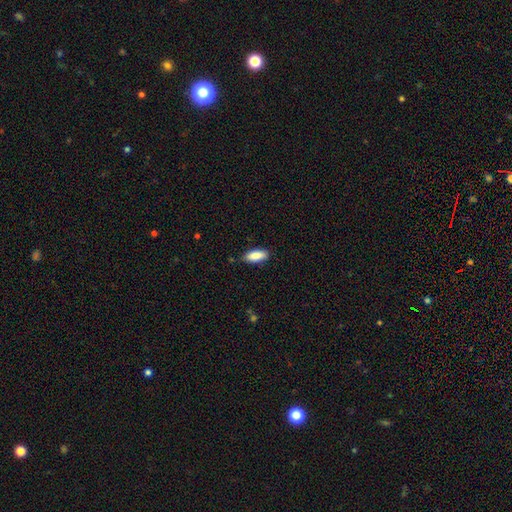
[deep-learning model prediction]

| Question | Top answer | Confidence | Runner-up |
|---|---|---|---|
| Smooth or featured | smooth | 87% | featured or disk (6%) |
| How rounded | in between | 78% | cigar-shaped (20%) |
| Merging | none | 84% | minor disturbance (12%) |